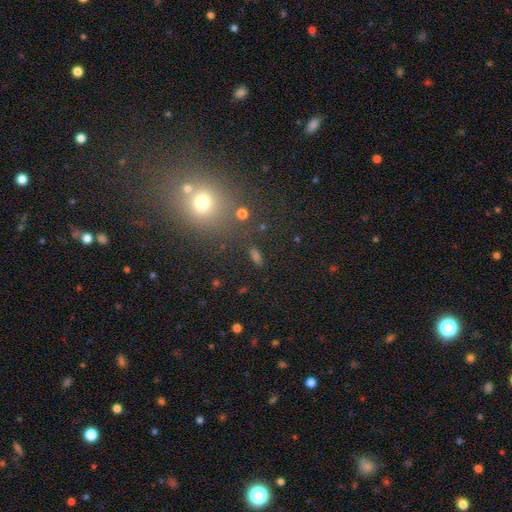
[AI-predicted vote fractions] This appears to be a smooth galaxy with no disk features (58%) that is in between round and cigar-shaped (62%). Merging: none (78%).